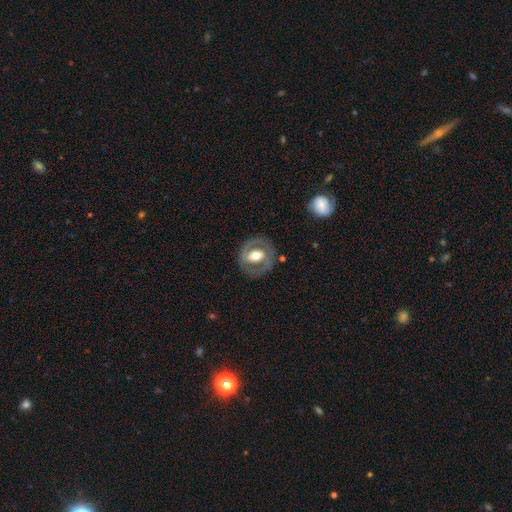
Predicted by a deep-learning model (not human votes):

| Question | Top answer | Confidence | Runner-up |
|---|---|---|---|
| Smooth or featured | featured or disk | 69% | smooth (26%) |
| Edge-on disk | no | 96% | yes (4%) |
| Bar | no | 39% | weak (34%) |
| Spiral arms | yes | 55% | no (45%) |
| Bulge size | moderate | 65% | large (25%) |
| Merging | none | 79% | minor disturbance (12%) |